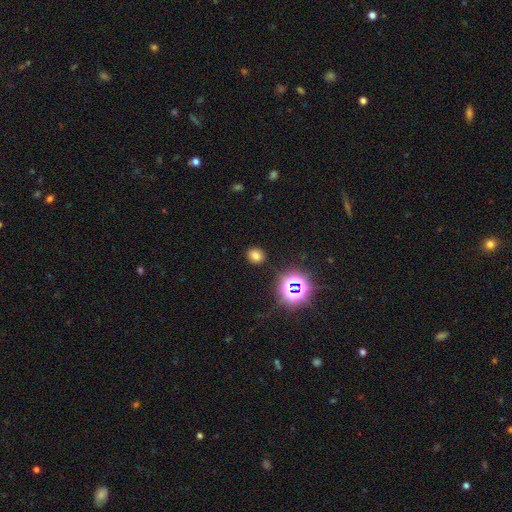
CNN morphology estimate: A smooth galaxy with no disk features (70%) that is round (68%). Merging: none (88%).